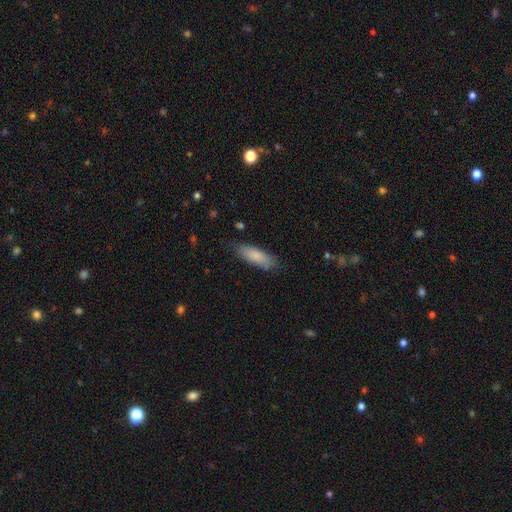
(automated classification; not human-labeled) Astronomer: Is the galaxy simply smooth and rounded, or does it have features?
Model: smooth — 82%.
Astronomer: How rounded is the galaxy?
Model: in between — 59% (runner-up: cigar-shaped, 39%).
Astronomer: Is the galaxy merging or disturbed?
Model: none — 78%.